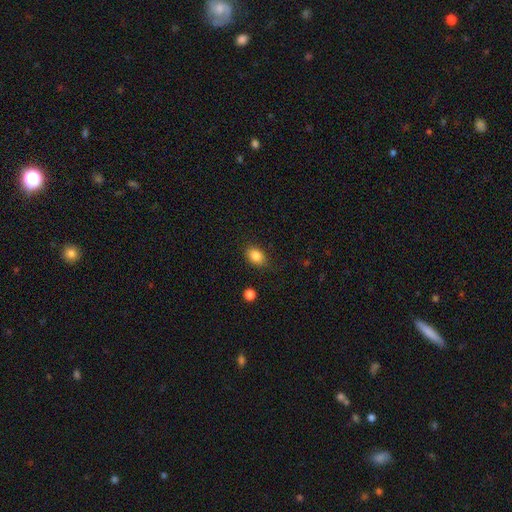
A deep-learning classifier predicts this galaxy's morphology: Q: Smooth or featured?
A: smooth (85%); runner-up: star or artifact (9%)
Q: How rounded?
A: in between (75%); runner-up: round (24%)
Q: Merging?
A: none (83%); runner-up: minor disturbance (13%)